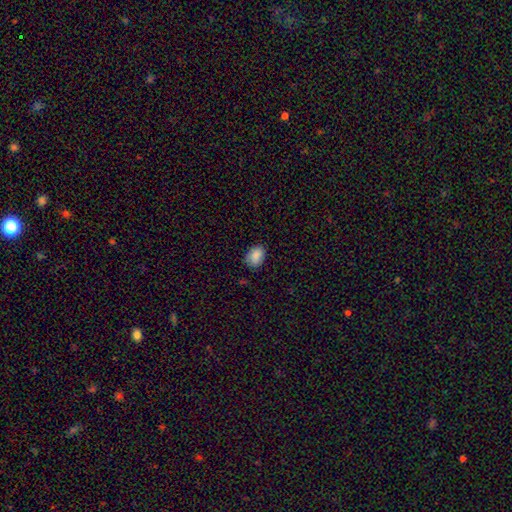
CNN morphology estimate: Smooth or featured: smooth — 88% (star or artifact — 8%)
How rounded: in between — 77% (round — 22%)
Merging: none — 77% (minor disturbance — 18%)